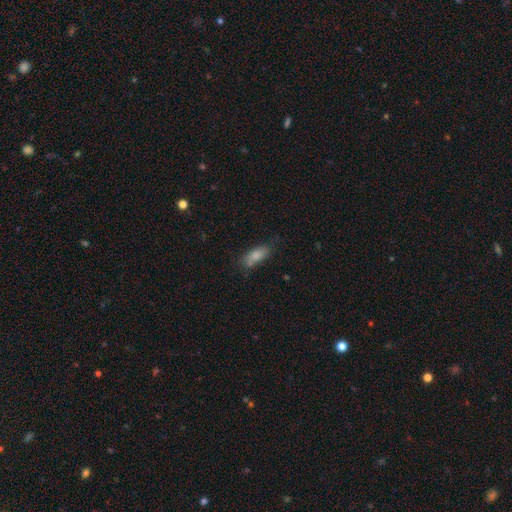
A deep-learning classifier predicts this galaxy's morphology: type=smooth (81%); roundness=in between (77%); merging=none (63%).